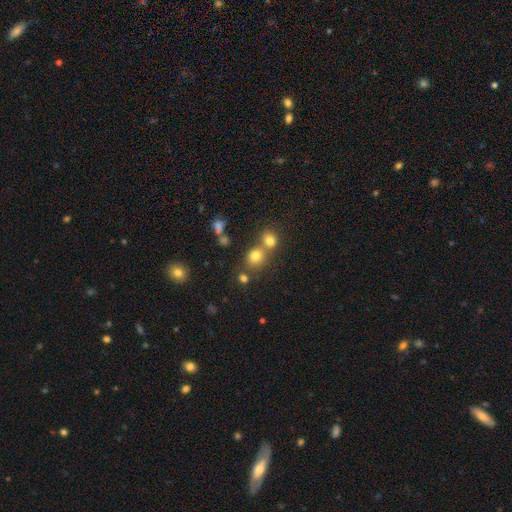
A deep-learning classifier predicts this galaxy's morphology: smooth_or_featured: smooth (p=0.74) [alt: star or artifact p=0.17]
how_rounded: round (p=0.79) [alt: in between p=0.20]
merging: none (p=0.52) [alt: merger p=0.37]